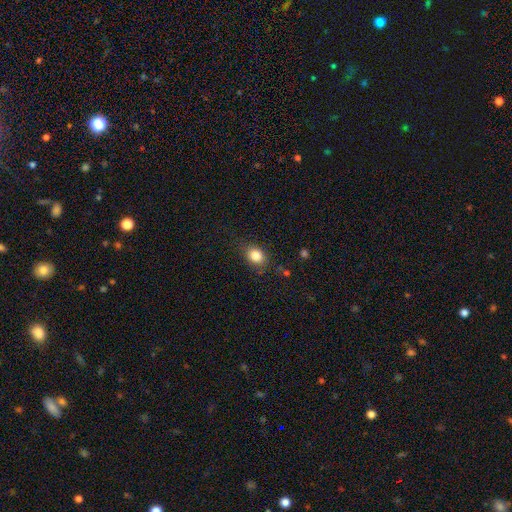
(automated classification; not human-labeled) A smooth galaxy with no disk features (84%) that is in between round and cigar-shaped (57%).

Vote fractions:
- Smooth or featured? smooth: 84% / star or artifact: 10% / featured or disk: 6%
- How rounded? in between: 57% / round: 41% / cigar-shaped: 1%
- Merging? none: 77% / minor disturbance: 16% / major disturbance: 5% / merger: 1%